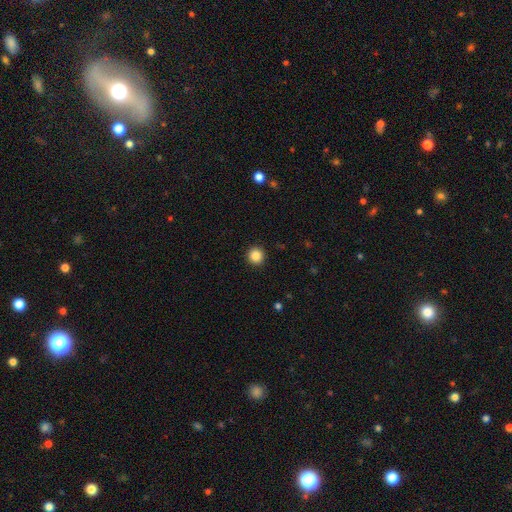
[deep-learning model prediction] Smooth or featured: smooth — 86% (star or artifact — 10%)
How rounded: round — 94% (in between — 5%)
Merging: none — 92% (minor disturbance — 5%)